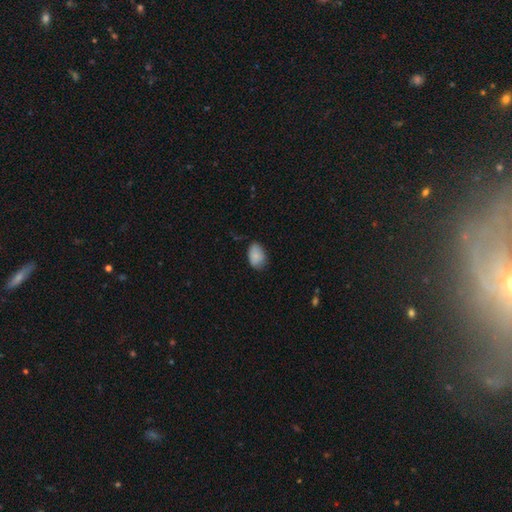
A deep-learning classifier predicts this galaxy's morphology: The model was most divided on "merging": none: 65%, minor disturbance: 29%, major disturbance: 5%, merger: 1%. More confident: how rounded — in between (85%); smooth or featured — smooth (83%).